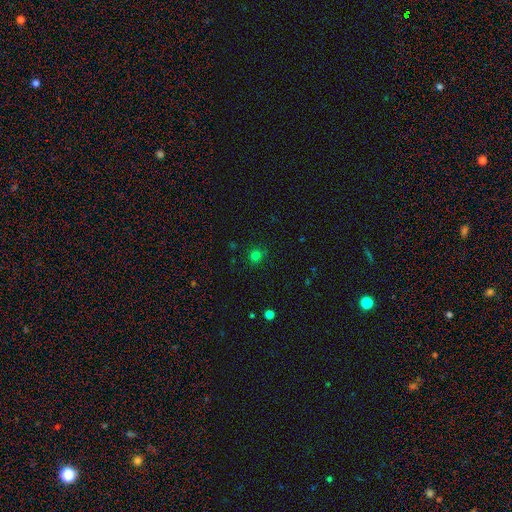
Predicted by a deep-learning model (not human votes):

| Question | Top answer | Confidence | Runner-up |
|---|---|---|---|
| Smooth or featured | smooth | 76% | star or artifact (20%) |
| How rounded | round | 90% | in between (9%) |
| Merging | none | 88% | minor disturbance (8%) |